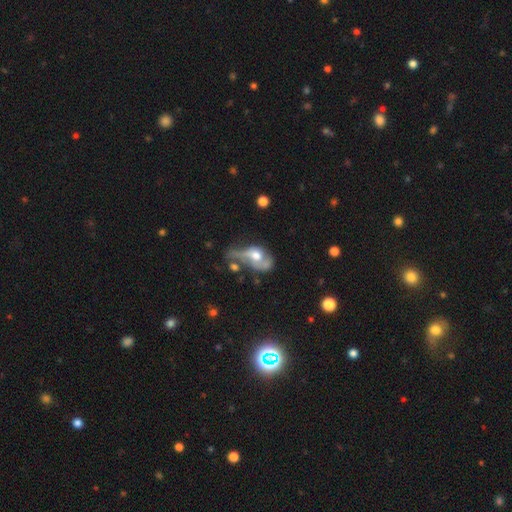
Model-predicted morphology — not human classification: smooth-or-featured: featured or disk: 51% | smooth: 39% | star or artifact: 10%
  disk-edge-on: no: 89% | yes: 11%
  merging: major disturbance: 45% | merger: 23% | minor disturbance: 16% | none: 15%